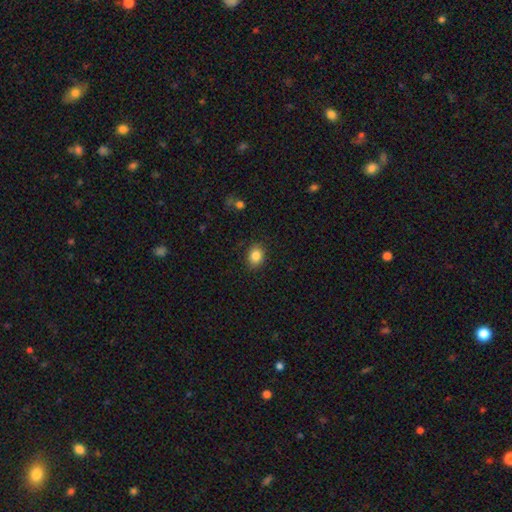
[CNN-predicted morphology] A smooth galaxy with no disk features (85%) that is in between round and cigar-shaped (51%). Merging: none (87%).